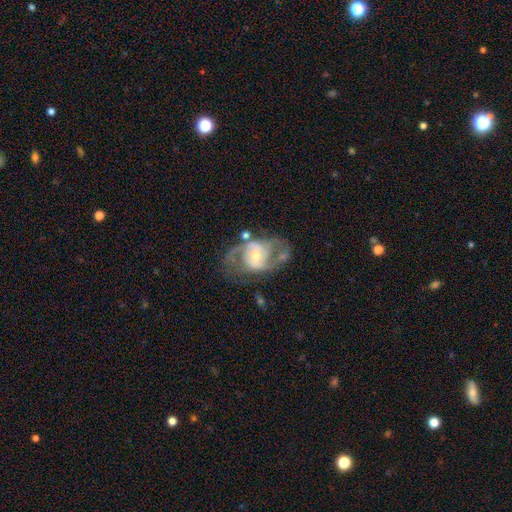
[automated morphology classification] Smooth or featured?
  - featured or disk: 84% *
  - smooth: 10%
  - star or artifact: 6%
Edge-on disk?
  - no: 97% *
  - yes: 3%
Bar?
  - no: 54% *
  - weak: 34%
  - strong: 12%
Spiral arms?
  - yes: 88% *
  - no: 12%
Spiral winding?
  - medium: 52% *
  - loose: 25%
  - tight: 23%
Spiral arm count?
  - 2: 79% *
  - can't tell: 10%
  - 3: 4%
  - 1: 3%
  - 4: 1%
  - more than 4: 1%
Bulge size?
  - moderate: 49% *
  - small: 44%
  - large: 5%
  - none: 1%
  - dominant: 1%
Merging?
  - none: 50% *
  - major disturbance: 22%
  - minor disturbance: 19%
  - merger: 8%